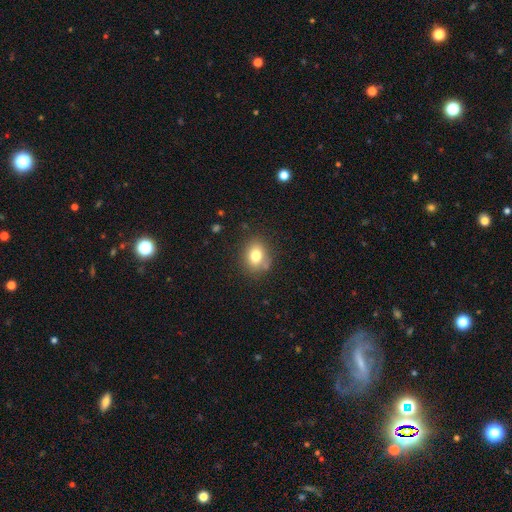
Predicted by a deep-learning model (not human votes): Q: Smooth or featured?
A: smooth (78%); runner-up: star or artifact (11%)
Q: How rounded?
A: round (51%); runner-up: in between (48%)
Q: Merging?
A: none (78%); runner-up: minor disturbance (14%)